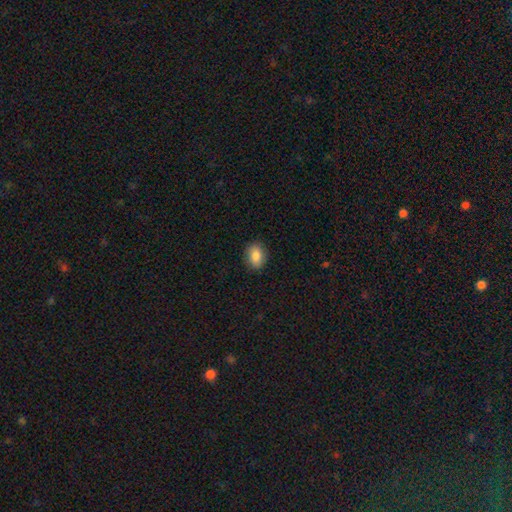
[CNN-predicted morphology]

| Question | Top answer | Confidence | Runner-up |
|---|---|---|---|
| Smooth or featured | smooth | 86% | star or artifact (8%) |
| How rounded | in between | 68% | round (31%) |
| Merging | none | 87% | minor disturbance (10%) |